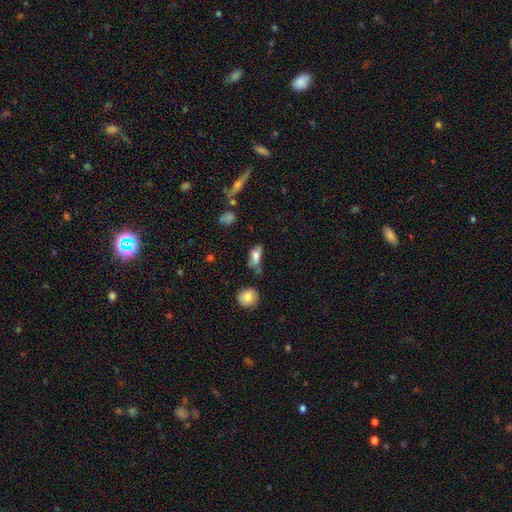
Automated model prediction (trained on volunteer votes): smooth-or-featured: smooth: 76% | featured or disk: 15% | star or artifact: 9%
  how-rounded: in between: 80% | cigar-shaped: 14% | round: 6%
  merging: none: 42% | minor disturbance: 31% | major disturbance: 14% | merger: 14%